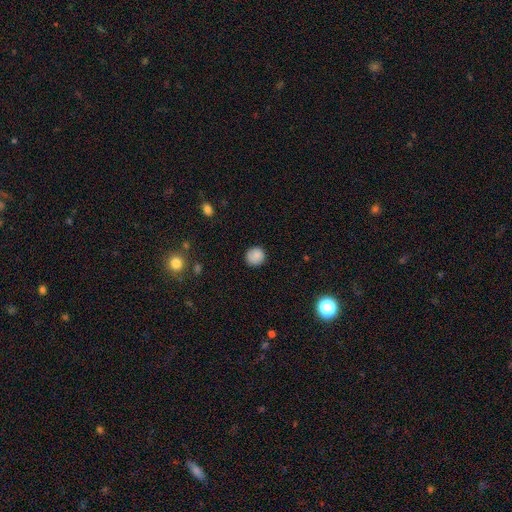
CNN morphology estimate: type=smooth (86%); roundness=round (92%); merging=none (86%).